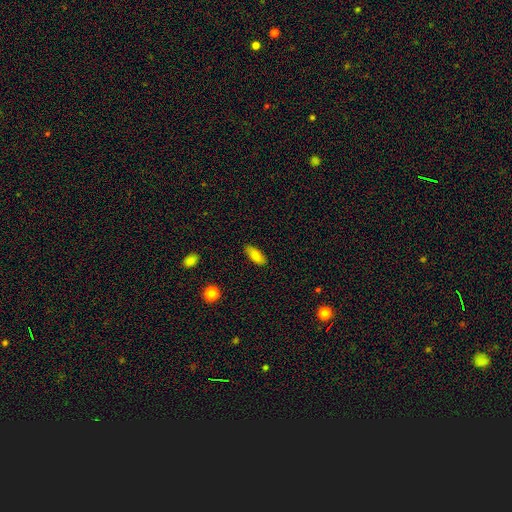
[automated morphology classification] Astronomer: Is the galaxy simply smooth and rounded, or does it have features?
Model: smooth — 82%.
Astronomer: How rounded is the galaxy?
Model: in between — 79%.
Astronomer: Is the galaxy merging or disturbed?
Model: none — 84%.